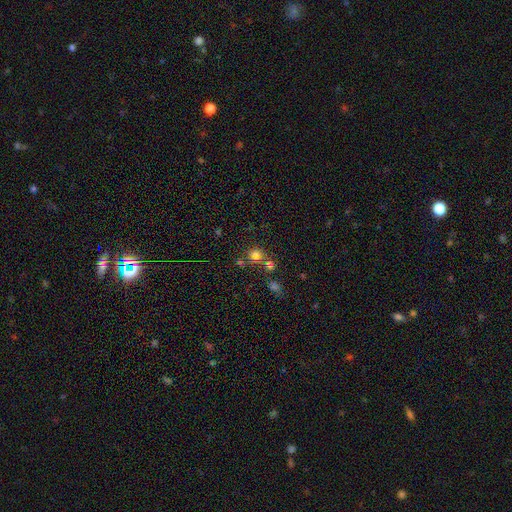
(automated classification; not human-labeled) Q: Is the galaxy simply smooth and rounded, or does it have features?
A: smooth — 69%.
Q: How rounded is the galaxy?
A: round — 84%.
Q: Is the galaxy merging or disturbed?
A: none — 62%.